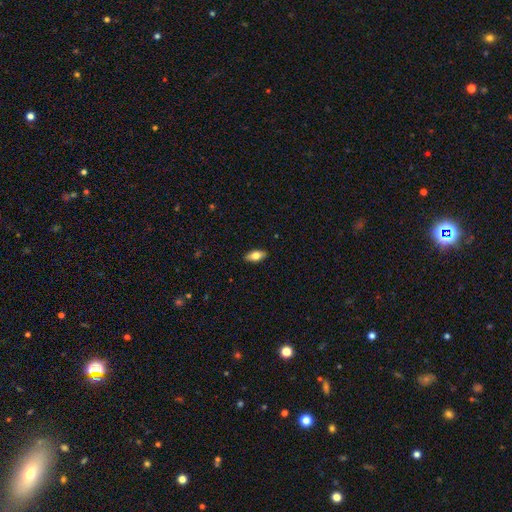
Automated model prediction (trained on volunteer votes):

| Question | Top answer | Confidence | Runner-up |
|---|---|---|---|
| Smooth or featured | smooth | 72% | featured or disk (21%) |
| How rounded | in between | 85% | cigar-shaped (11%) |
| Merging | none | 89% | minor disturbance (8%) |